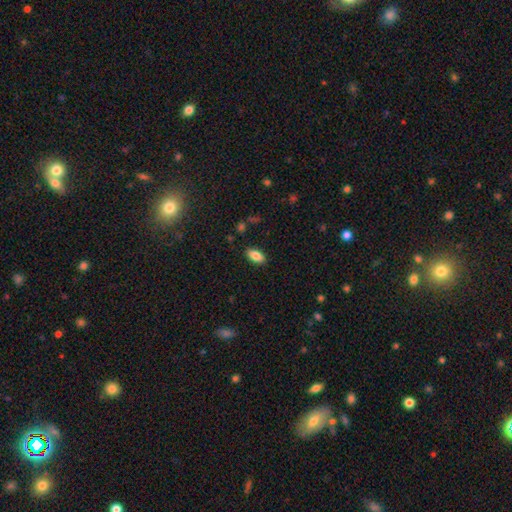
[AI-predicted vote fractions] Smooth or featured? Predicted: smooth (p=0.83). How rounded? Predicted: in between (p=0.90). Merging? Predicted: none (p=0.88).